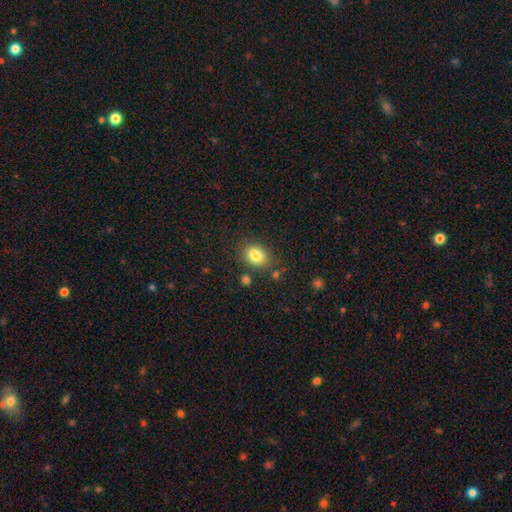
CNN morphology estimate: smooth 84%, star or artifact 10%, featured or disk 7%. Down the decision tree: how rounded — in between (62%); merging — none (79%).